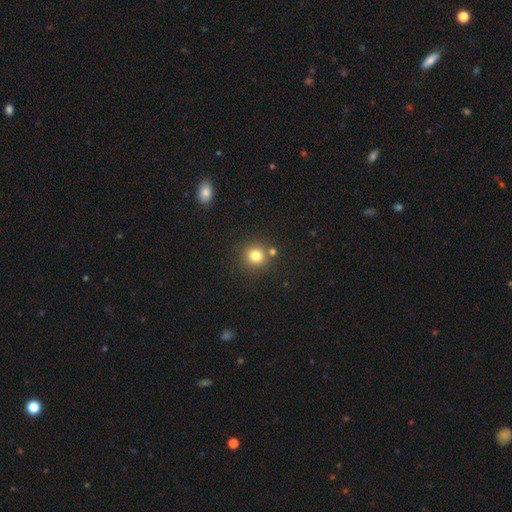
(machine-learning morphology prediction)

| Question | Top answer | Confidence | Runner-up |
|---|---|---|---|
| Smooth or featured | smooth | 80% | star or artifact (13%) |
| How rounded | round | 91% | in between (8%) |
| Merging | none | 78% | merger (12%) |